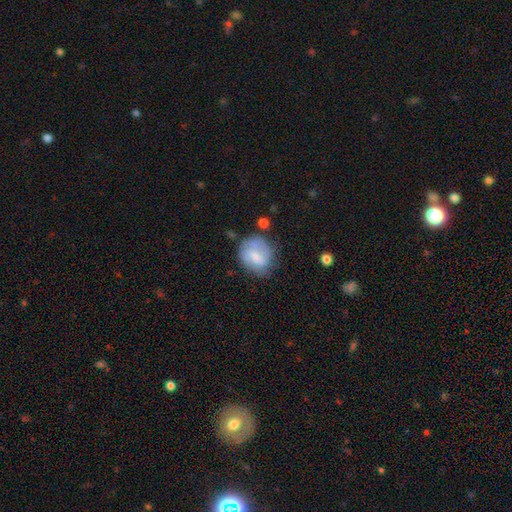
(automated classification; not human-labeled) The model was most divided on "smooth or featured": smooth: 51%, featured or disk: 41%, star or artifact: 8%. More confident: how rounded — round (61%); merging — none (55%).